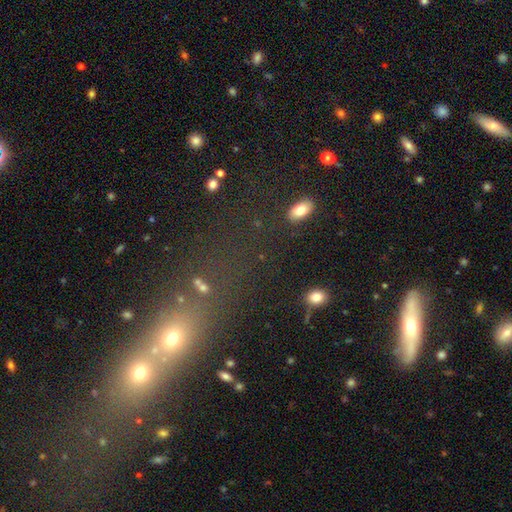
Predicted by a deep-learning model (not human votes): Smooth or featured? smooth (42%)
Merging? none (44%)